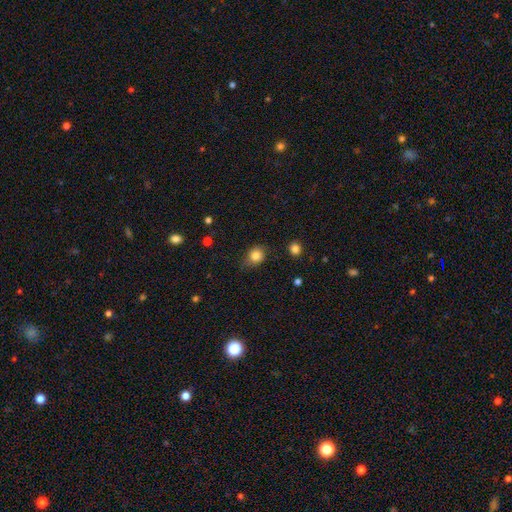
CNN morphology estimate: Smooth or featured: smooth — 83% (star or artifact — 11%)
How rounded: round — 73% (in between — 26%)
Merging: none — 68% (minor disturbance — 25%)